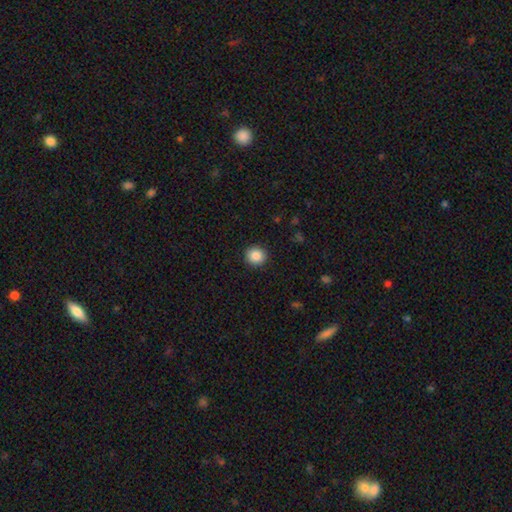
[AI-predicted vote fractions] smooth 88%, star or artifact 9%, featured or disk 3%. Down the decision tree: how rounded — round (91%); merging — none (92%).